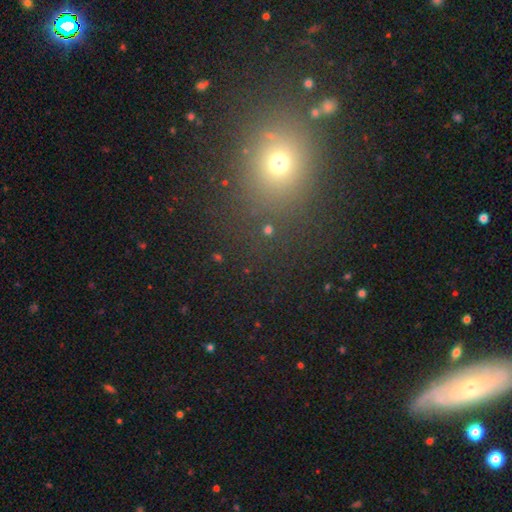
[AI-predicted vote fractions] Overall: smooth (52%; star or artifact 38%). How rounded: round (65%; in between 32%). Merging: none (85%).